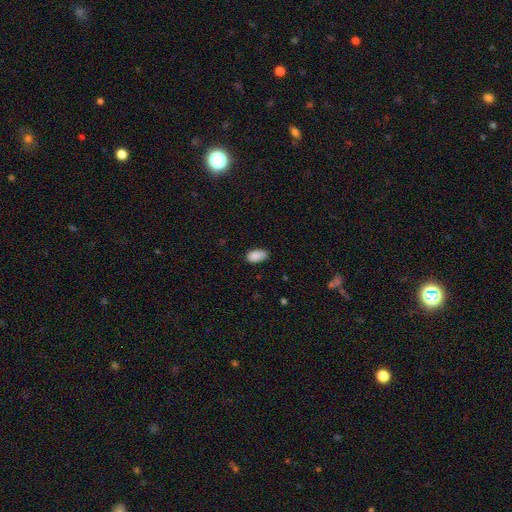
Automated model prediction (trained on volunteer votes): Smooth or featured: smooth — 89% (star or artifact — 7%)
How rounded: in between — 94% (round — 4%)
Merging: none — 76% (minor disturbance — 20%)